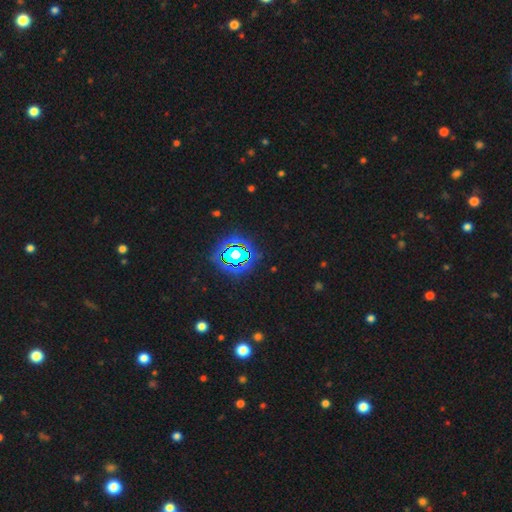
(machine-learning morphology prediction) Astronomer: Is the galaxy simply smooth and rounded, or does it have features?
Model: star or artifact — 78%.